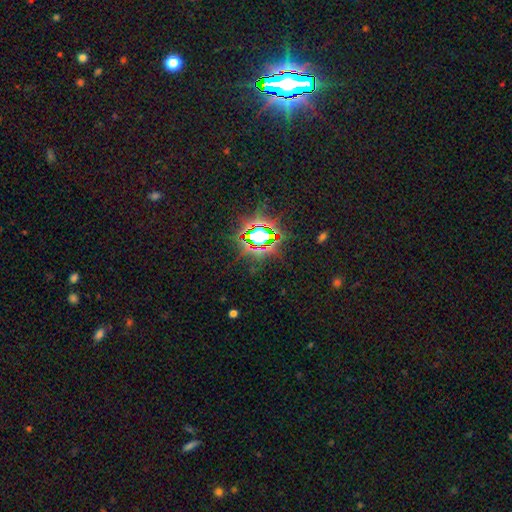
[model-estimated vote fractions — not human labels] This is clearly a star or artifact rather than a galaxy (82%).